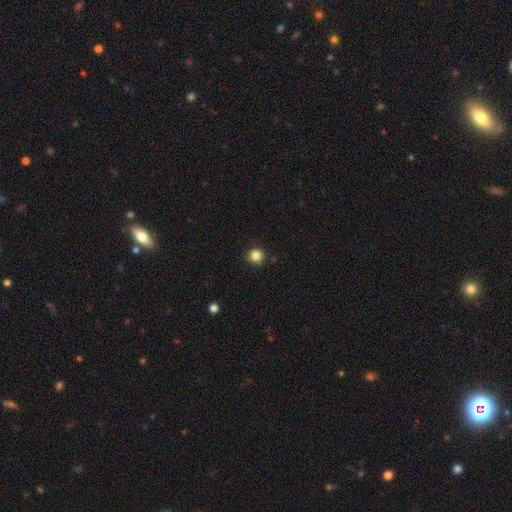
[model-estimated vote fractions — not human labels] The model was most divided on "smooth or featured": smooth: 84%, star or artifact: 12%, featured or disk: 4%. More confident: how rounded — round (92%); merging — none (89%).